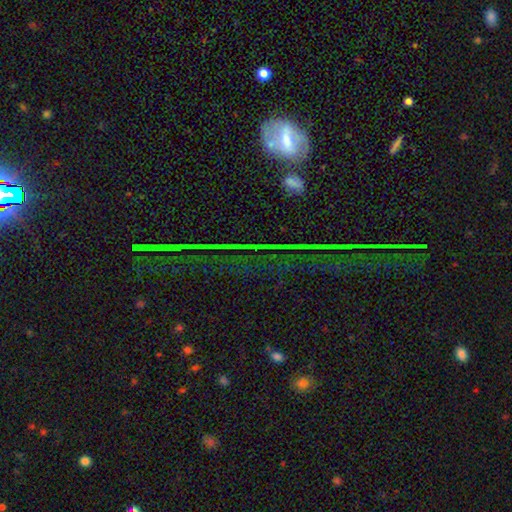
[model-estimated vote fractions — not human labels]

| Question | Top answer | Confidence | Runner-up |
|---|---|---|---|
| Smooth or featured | star or artifact | 76% | featured or disk (12%) |